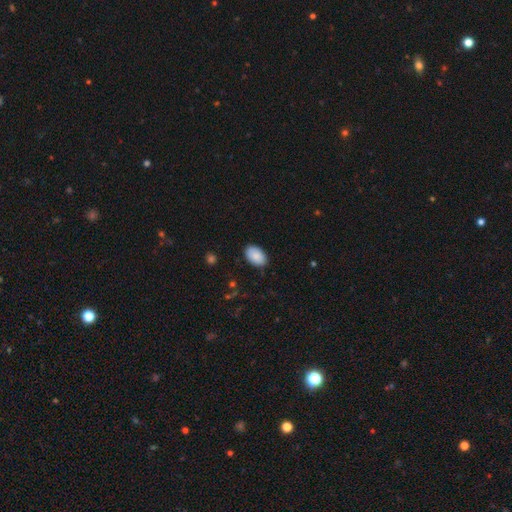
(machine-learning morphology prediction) A smooth galaxy with no disk features (88%) that is in between round and cigar-shaped (92%).

Vote fractions:
- Smooth or featured? smooth: 88% / star or artifact: 7% / featured or disk: 5%
- How rounded? in between: 92% / round: 7% / cigar-shaped: 1%
- Merging? none: 85% / minor disturbance: 12% / major disturbance: 2% / merger: 1%